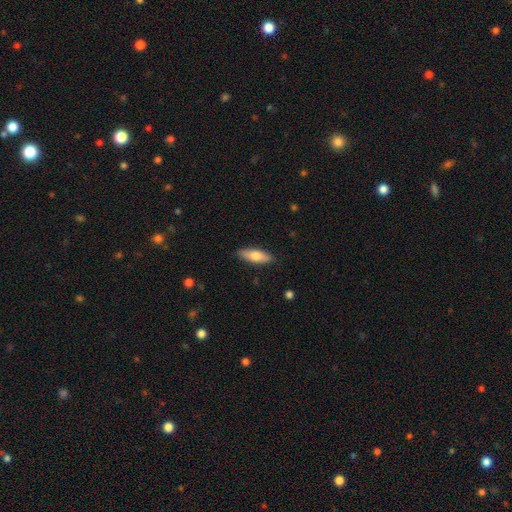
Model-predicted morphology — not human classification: smooth 70%, featured or disk 25%, star or artifact 6%. Down the decision tree: how rounded — in between (53%); merging — none (88%).